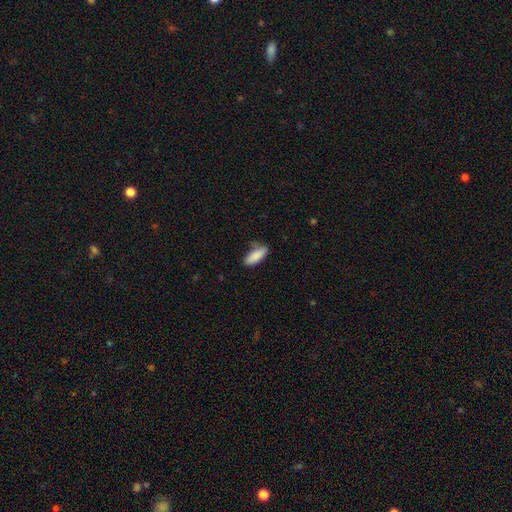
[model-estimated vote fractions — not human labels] Smooth or featured: smooth — 86% (featured or disk — 7%)
How rounded: in between — 74% (cigar-shaped — 25%)
Merging: none — 66% (minor disturbance — 26%)